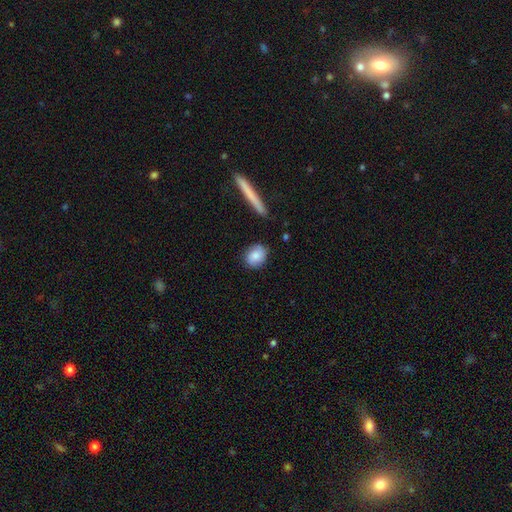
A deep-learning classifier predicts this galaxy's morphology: This is likely a smooth galaxy (79%). How rounded: possibly round (57%). Merging: clearly none (80%).